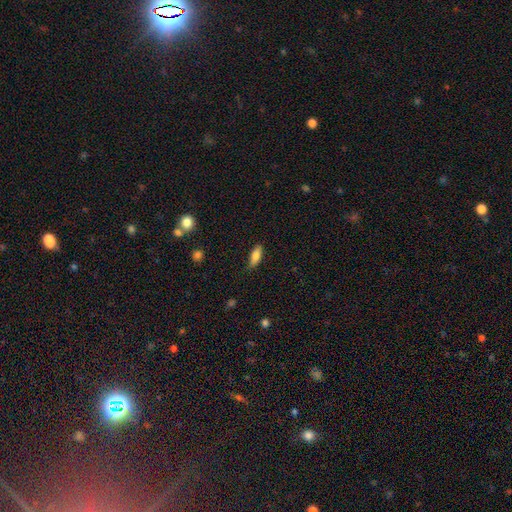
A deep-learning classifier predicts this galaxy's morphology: Smooth or featured: smooth — 78% (featured or disk — 15%)
How rounded: in between — 67% (cigar-shaped — 30%)
Merging: none — 81% (minor disturbance — 15%)